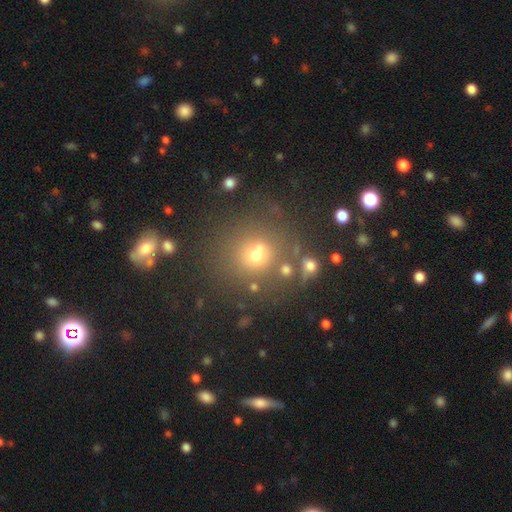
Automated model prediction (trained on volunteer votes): Overall: smooth (62%; star or artifact 25%). How rounded: round (88%). Merging: none (70%).